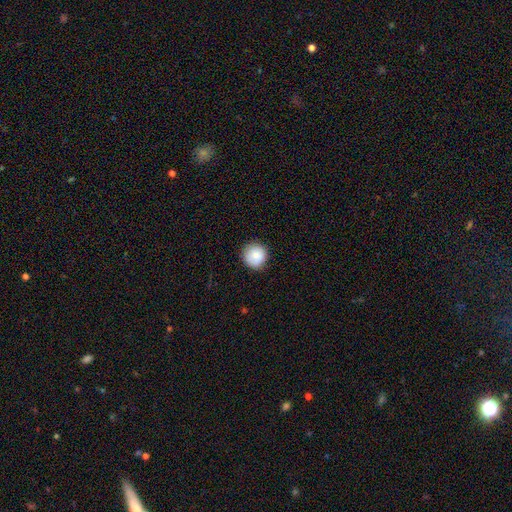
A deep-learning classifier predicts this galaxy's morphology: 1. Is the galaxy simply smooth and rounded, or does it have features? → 85% smooth, 8% star or artifact, 7% featured or disk.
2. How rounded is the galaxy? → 94% round, 5% in between, 1% cigar-shaped.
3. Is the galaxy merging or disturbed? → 87% none, 10% minor disturbance, 2% major disturbance, 1% merger.